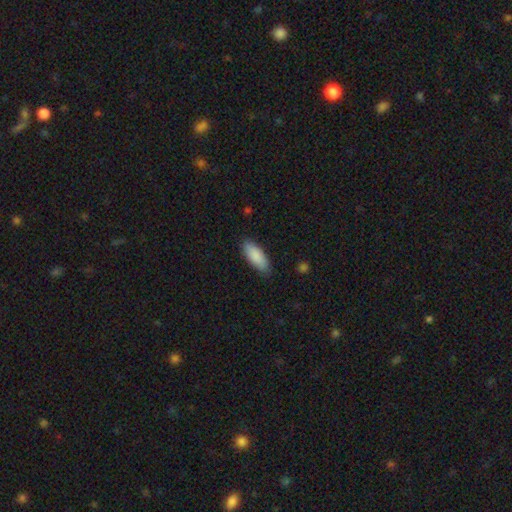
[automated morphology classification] A smooth galaxy with no disk features (89%) that is in between round and cigar-shaped (81%).

Vote fractions:
- Smooth or featured? smooth: 89% / star or artifact: 5% / featured or disk: 5%
- How rounded? in between: 81% / cigar-shaped: 18% / round: 2%
- Merging? none: 84% / minor disturbance: 13% / major disturbance: 2% / merger: 1%